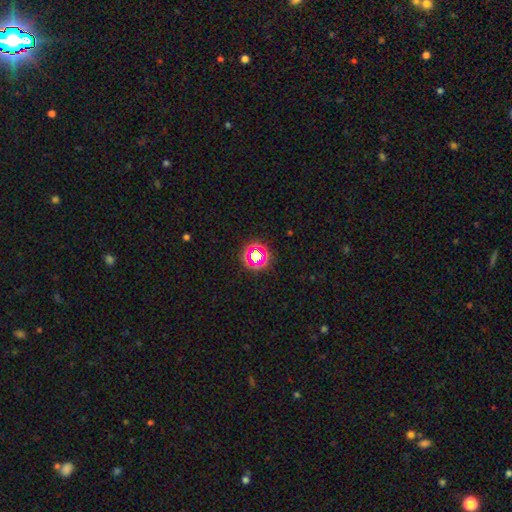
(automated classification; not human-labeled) This appears to be a star or artifact, not a galaxy (55%).